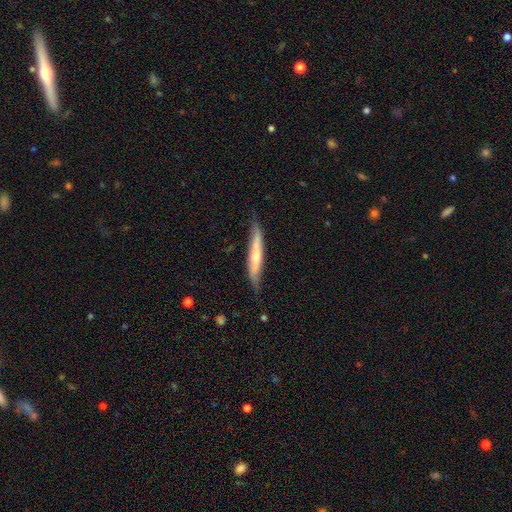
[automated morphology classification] type=smooth (50%); merging=none (69%).